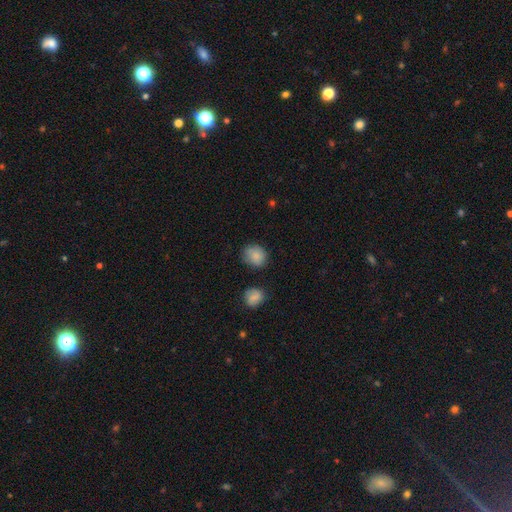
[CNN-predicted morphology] Smooth or featured?
  - smooth: 84% *
  - star or artifact: 8%
  - featured or disk: 7%
How rounded?
  - round: 70% *
  - in between: 29%
  - cigar-shaped: 1%
Merging?
  - none: 74% *
  - minor disturbance: 18%
  - major disturbance: 4%
  - merger: 3%